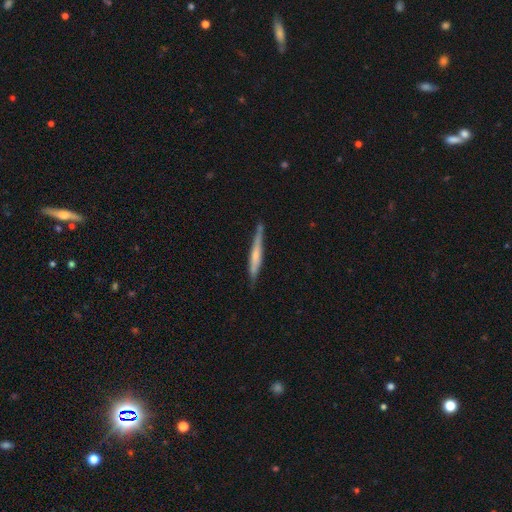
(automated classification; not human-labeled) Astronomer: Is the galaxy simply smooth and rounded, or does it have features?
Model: featured or disk — 49% (runner-up: smooth, 46%).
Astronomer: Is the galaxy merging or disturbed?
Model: none — 79%.